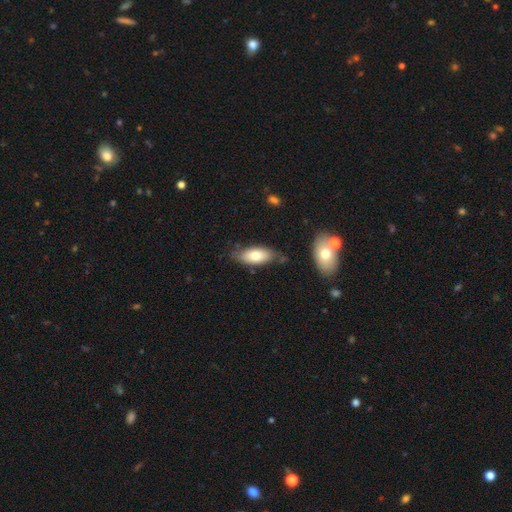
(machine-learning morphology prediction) A smooth galaxy with no disk features (75%) that is in between round and cigar-shaped (87%).

Vote fractions:
- Smooth or featured? smooth: 75% / featured or disk: 19% / star or artifact: 7%
- How rounded? in between: 87% / cigar-shaped: 11% / round: 2%
- Merging? none: 70% / minor disturbance: 19% / merger: 6% / major disturbance: 4%